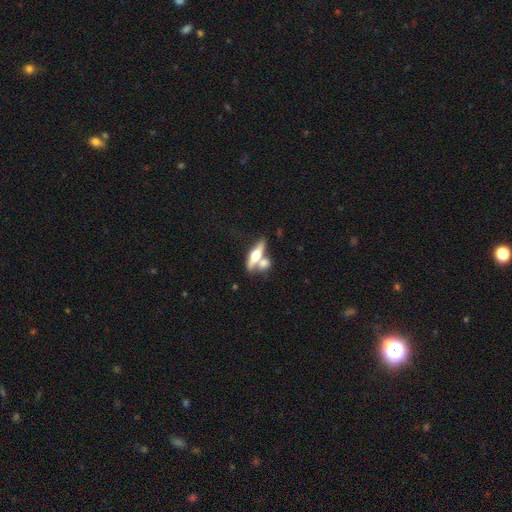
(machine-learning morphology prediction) Overall: featured or disk (54%; smooth 39%). Edge-on disk: yes (86%). Merging: none (43%; merger 41%).